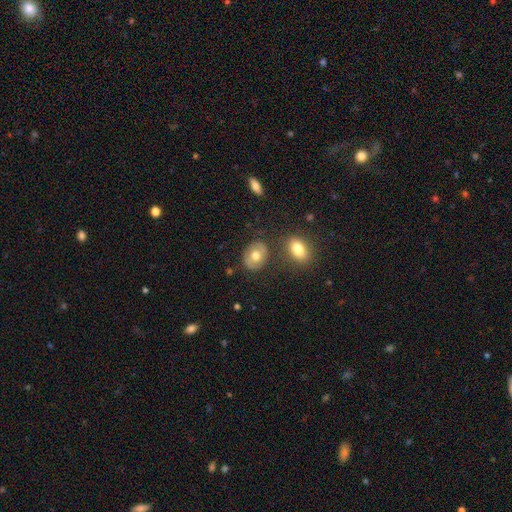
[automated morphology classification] A smooth galaxy with no disk features (61%) that is in between round and cigar-shaped (62%). Merging: none (78%).